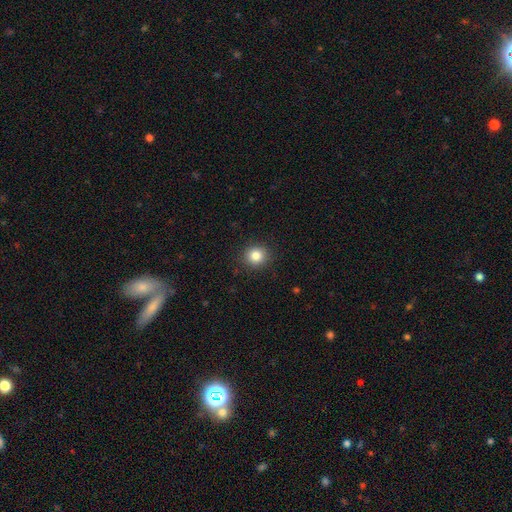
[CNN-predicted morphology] Smooth or featured: smooth — 83% (star or artifact — 11%)
How rounded: round — 89% (in between — 10%)
Merging: none — 91% (minor disturbance — 6%)